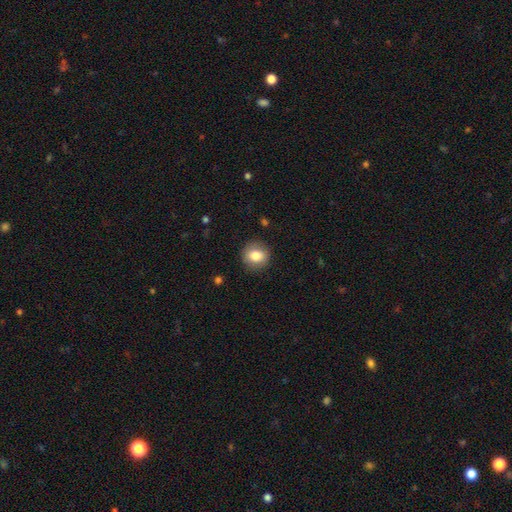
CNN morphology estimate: The model was most divided on "smooth or featured": smooth: 80%, featured or disk: 12%, star or artifact: 9%. More confident: merging — none (88%); how rounded — round (85%).